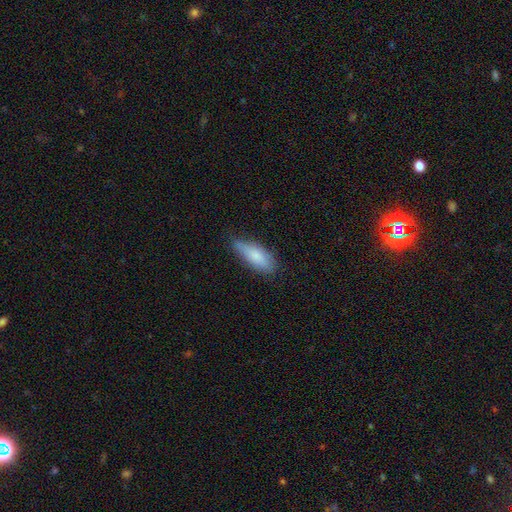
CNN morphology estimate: A smooth galaxy with no disk features (78%) that is in between round and cigar-shaped (65%). Merging: none (67%).